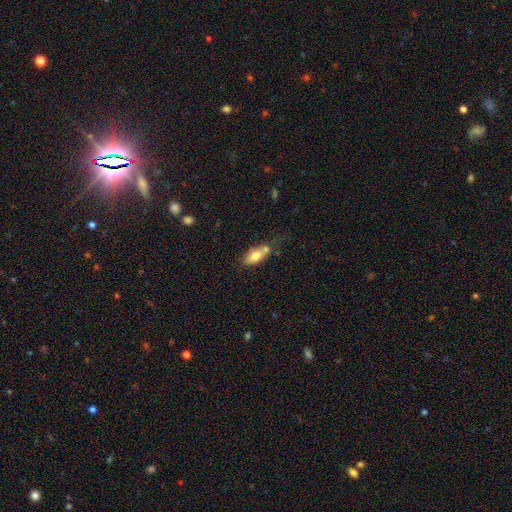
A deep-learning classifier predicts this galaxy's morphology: smooth_or_featured: smooth (p=0.76) [alt: featured or disk p=0.16]
how_rounded: in between (p=0.82) [alt: cigar-shaped p=0.13]
merging: none (p=0.42) [alt: merger p=0.30]